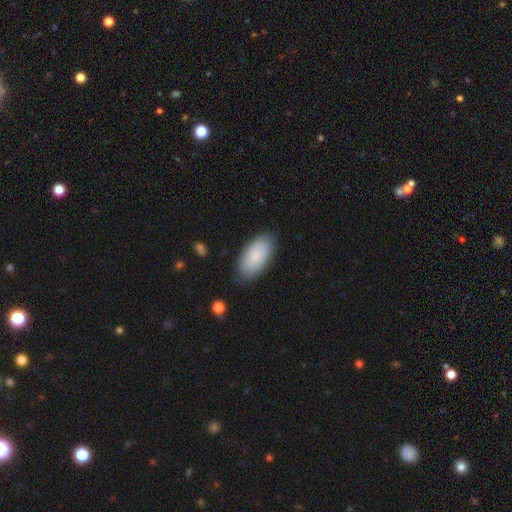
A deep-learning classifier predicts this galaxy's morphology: Smooth or featured: smooth — 80% (featured or disk — 14%)
How rounded: in between — 94% (cigar-shaped — 4%)
Merging: none — 81% (minor disturbance — 15%)